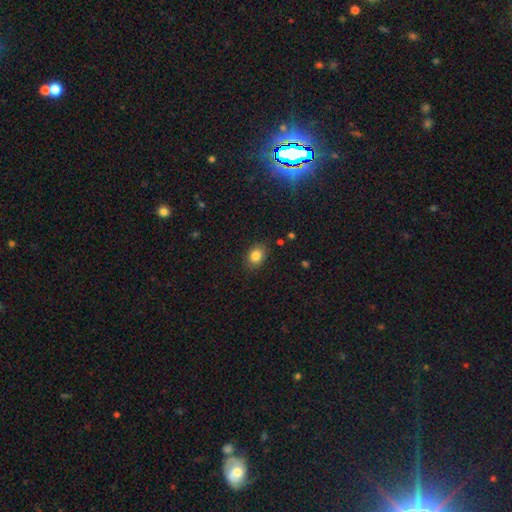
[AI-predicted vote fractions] This is clearly a smooth galaxy (83%). How rounded: likely in between (61%). Merging: clearly none (84%).